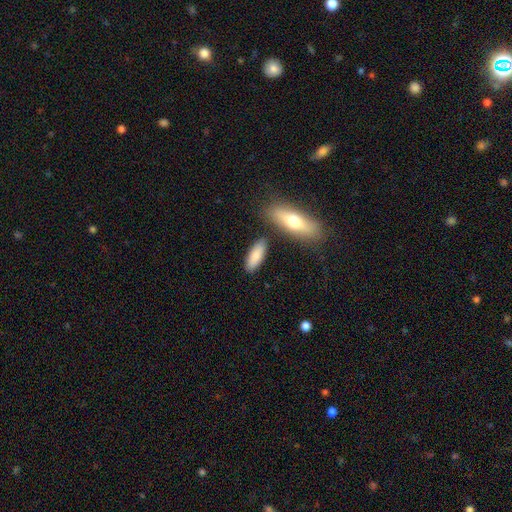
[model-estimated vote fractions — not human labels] smooth_or_featured: smooth (p=0.82) [alt: featured or disk p=0.12]
how_rounded: in between (p=0.63) [alt: cigar-shaped p=0.34]
merging: none (p=0.80) [alt: minor disturbance p=0.11]